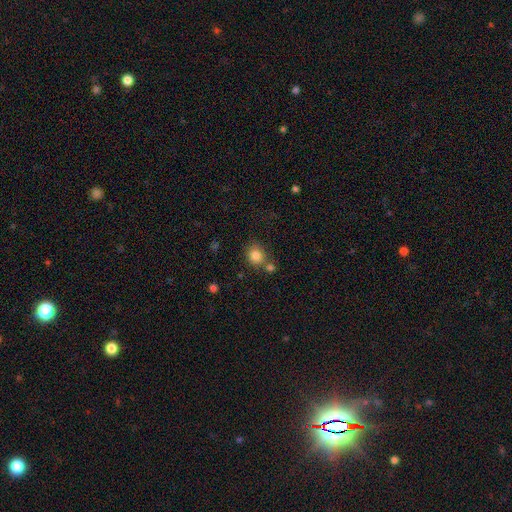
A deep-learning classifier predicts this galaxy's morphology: A smooth galaxy with no disk features (83%) that is round (75%). Merging: none (65%).